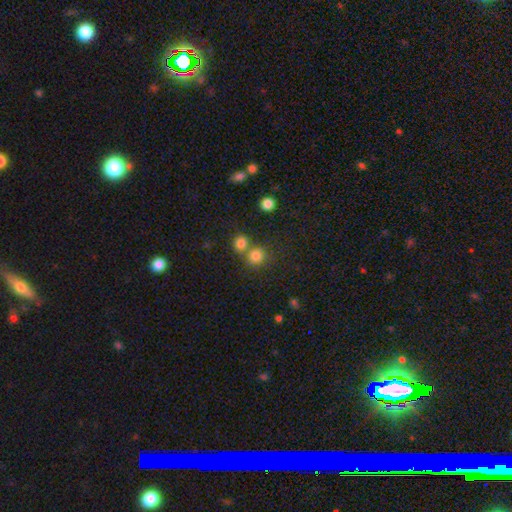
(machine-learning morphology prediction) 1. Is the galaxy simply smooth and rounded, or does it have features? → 80% smooth, 14% star or artifact, 6% featured or disk.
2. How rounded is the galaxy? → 86% round, 13% in between, 1% cigar-shaped.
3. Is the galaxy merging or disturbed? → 56% none, 34% merger, 7% minor disturbance, 3% major disturbance.